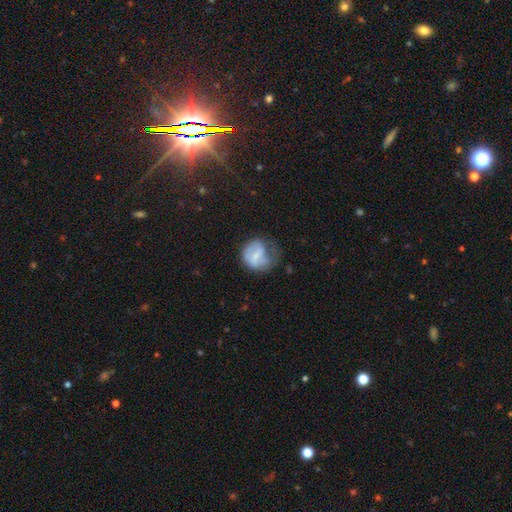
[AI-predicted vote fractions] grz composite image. It shows a smooth galaxy with no disk features (52%) that is round (73%). Merging: none (34%).